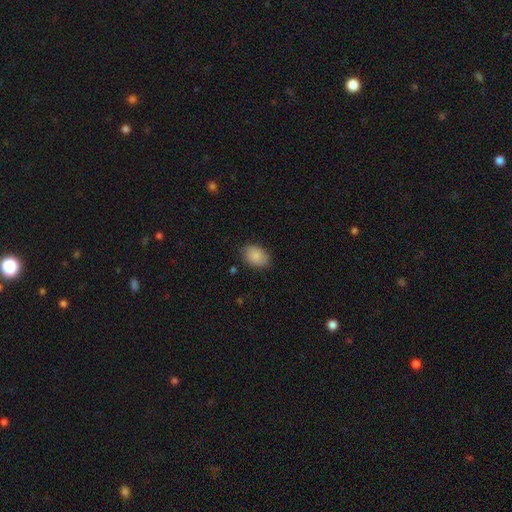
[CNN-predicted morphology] smooth-or-featured: smooth: 88% | star or artifact: 7% | featured or disk: 4%
  how-rounded: in between: 82% | round: 17% | cigar-shaped: 1%
  merging: none: 83% | minor disturbance: 13% | major disturbance: 3% | merger: 1%